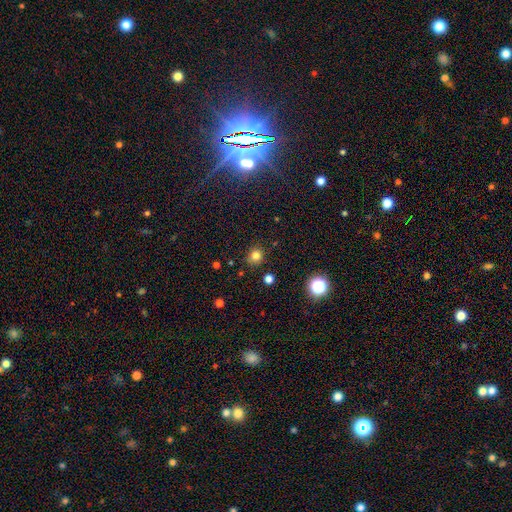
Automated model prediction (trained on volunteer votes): A smooth galaxy with no disk features (80%) that is round (88%).

Vote fractions:
- Smooth or featured? smooth: 80% / star or artifact: 15% / featured or disk: 5%
- How rounded? round: 88% / in between: 11% / cigar-shaped: 1%
- Merging? none: 87% / minor disturbance: 8% / major disturbance: 2% / merger: 2%